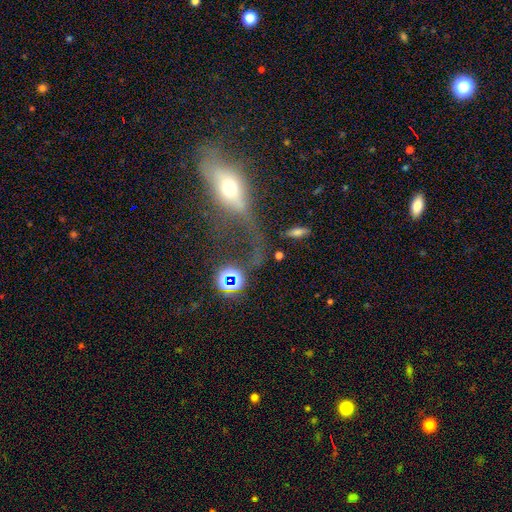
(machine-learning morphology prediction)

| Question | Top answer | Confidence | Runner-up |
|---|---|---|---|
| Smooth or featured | featured or disk | 47% | smooth (35%) |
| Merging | major disturbance | 43% | none (27%) |